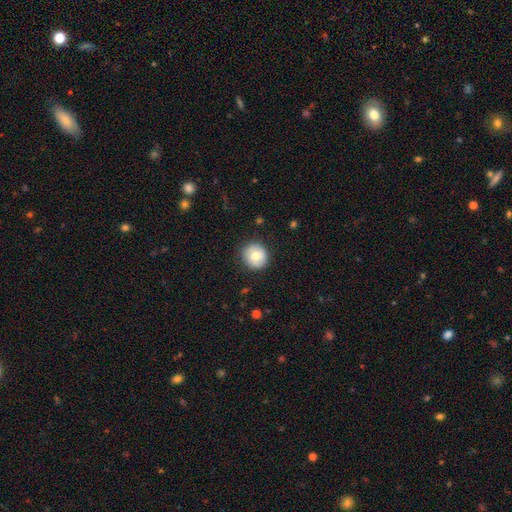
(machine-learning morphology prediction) This is likely a smooth galaxy (68%). How rounded: clearly round (87%). Merging: clearly none (86%).